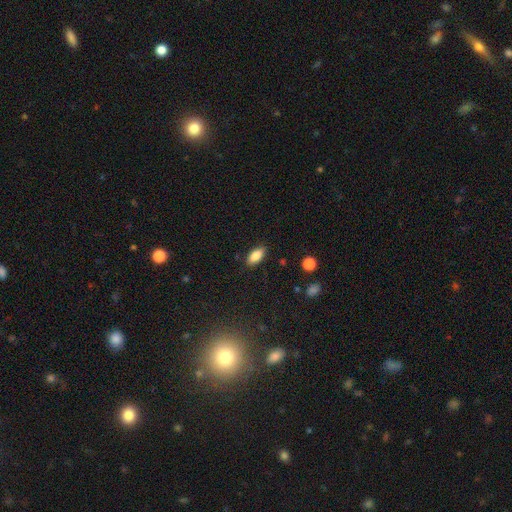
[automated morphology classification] type=smooth (85%); roundness=in between (87%); merging=none (86%).